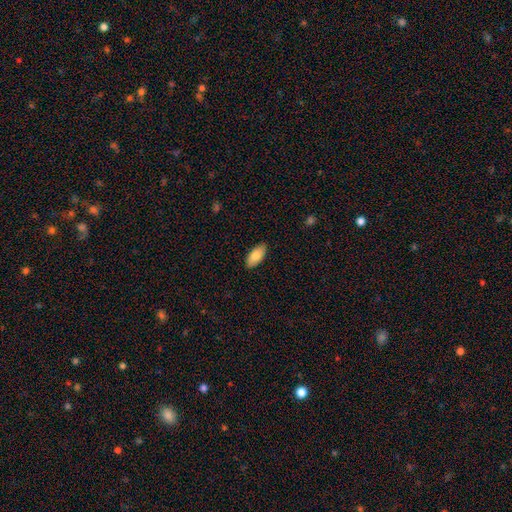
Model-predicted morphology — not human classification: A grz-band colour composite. It shows a smooth galaxy with no disk features (80%) that is in between round and cigar-shaped (92%). Merging: none (88%).